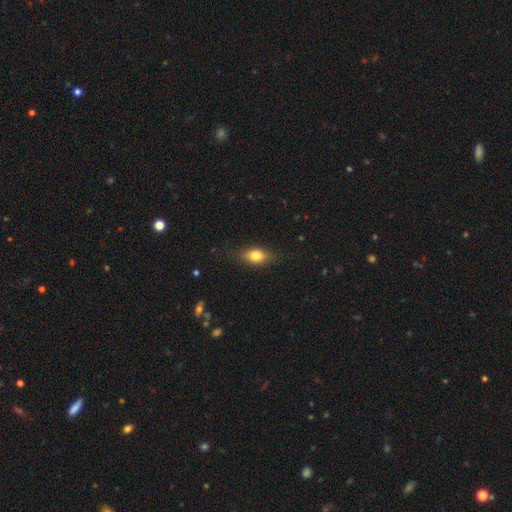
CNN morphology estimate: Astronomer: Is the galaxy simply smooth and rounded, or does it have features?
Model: smooth — 79%.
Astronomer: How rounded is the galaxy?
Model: in between — 82%.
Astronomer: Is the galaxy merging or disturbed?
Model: none — 81%.